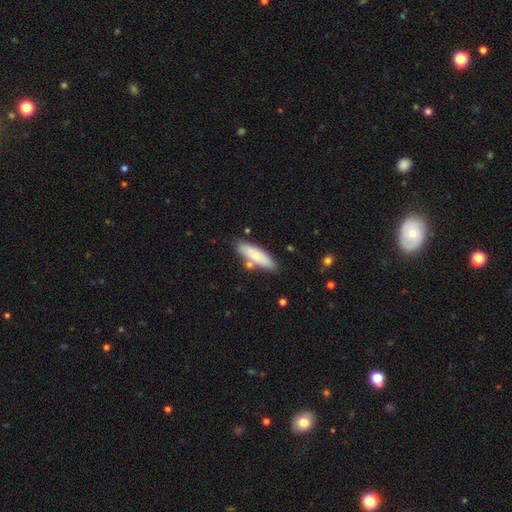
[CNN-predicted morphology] A smooth galaxy with no disk features (72%) that is cigar-shaped (54%). Merging: none (77%).